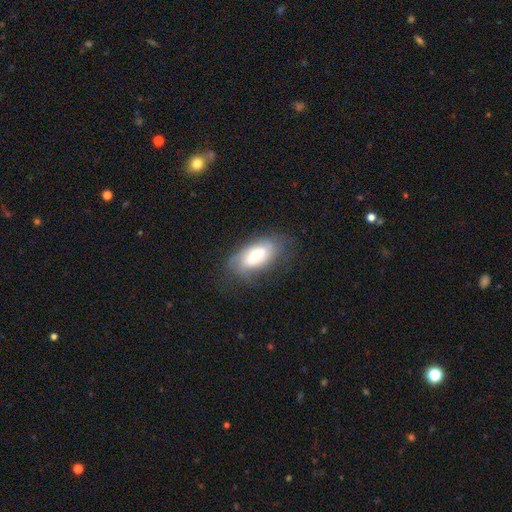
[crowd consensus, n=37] Q: Smooth or featured?
A: featured or disk (51%); runner-up: smooth (49%)
Q: Edge-on disk?
A: no (89%); runner-up: yes (11%)
Q: Bar?
A: weak (59%); runner-up: strong (24%)
Q: Spiral arms?
A: yes (76%); runner-up: no (24%)
Q: Spiral winding?
A: loose (38%); runner-up: tight (31%)
Q: Spiral arm count?
A: can't tell (46%); runner-up: 1 (15%)
Q: Bulge size?
A: moderate (76%); runner-up: large (12%)
Q: Merging?
A: none (41%); runner-up: minor disturbance (35%)